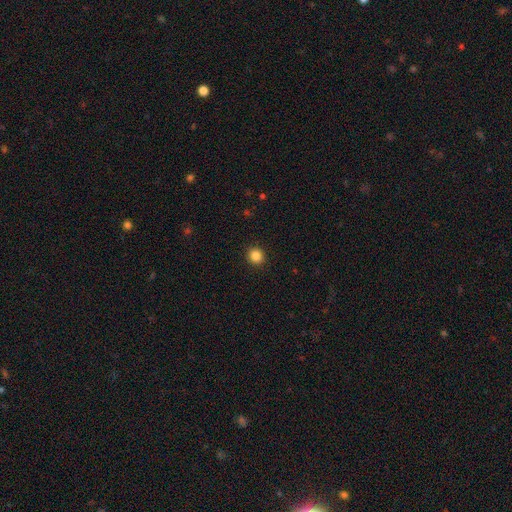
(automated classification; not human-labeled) Morphology: type=smooth (86%); roundness=round (90%); merging=none (92%).